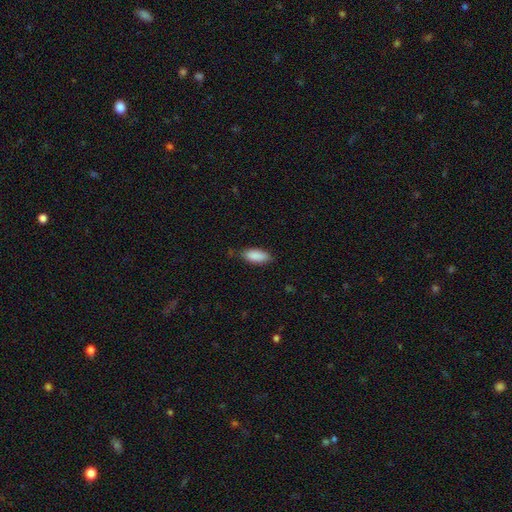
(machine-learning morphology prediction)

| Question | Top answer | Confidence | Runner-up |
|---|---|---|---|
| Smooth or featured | smooth | 89% | star or artifact (6%) |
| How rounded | in between | 84% | cigar-shaped (14%) |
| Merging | none | 79% | minor disturbance (16%) |